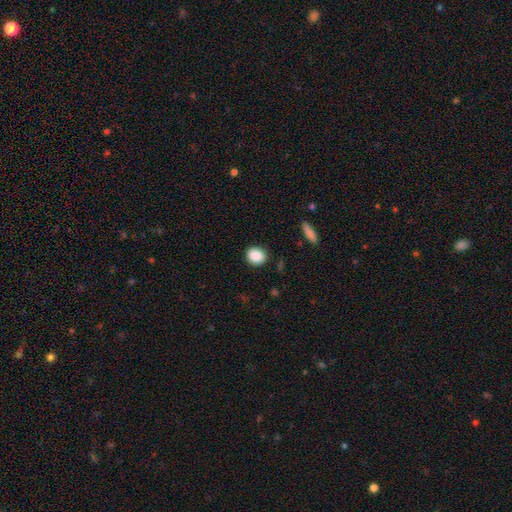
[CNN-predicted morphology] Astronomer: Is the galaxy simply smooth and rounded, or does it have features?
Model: smooth — 88%.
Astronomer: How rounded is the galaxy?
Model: round — 74%.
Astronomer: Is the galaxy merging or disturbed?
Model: none — 89%.